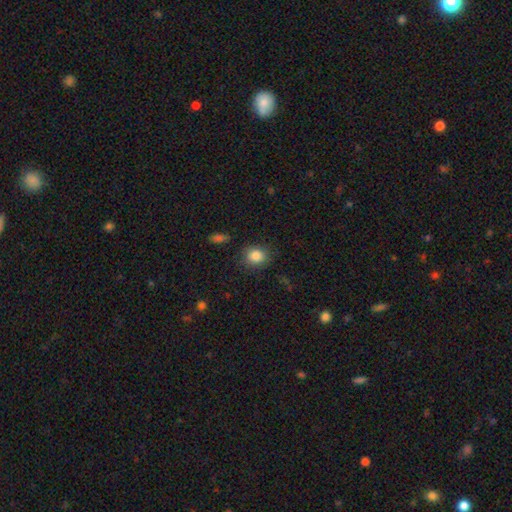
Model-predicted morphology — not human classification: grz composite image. It shows a smooth galaxy with no disk features (85%) that is round (68%). Merging: none (84%).